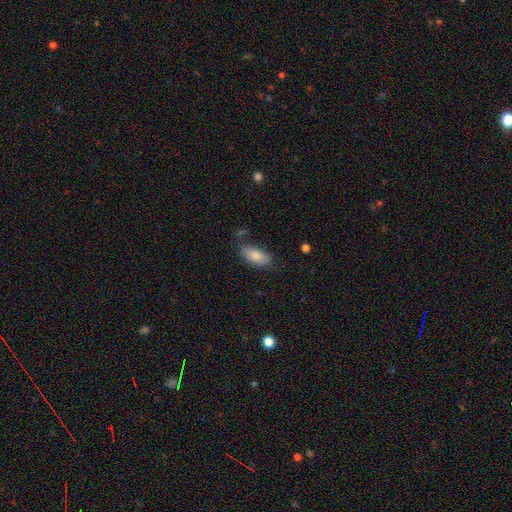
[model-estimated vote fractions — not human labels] The model was most divided on "merging": none: 71%, minor disturbance: 20%, major disturbance: 5%, merger: 4%. More confident: how rounded — in between (87%); smooth or featured — smooth (83%).